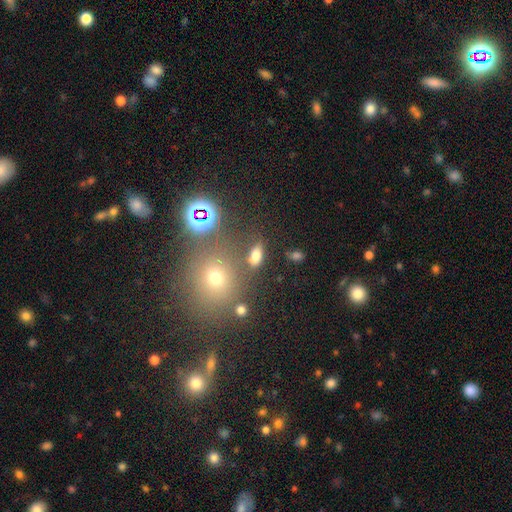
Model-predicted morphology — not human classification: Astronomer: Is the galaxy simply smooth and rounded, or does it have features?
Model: smooth — 71%.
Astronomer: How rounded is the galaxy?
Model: in between — 79%.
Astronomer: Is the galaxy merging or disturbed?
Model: none — 72%.